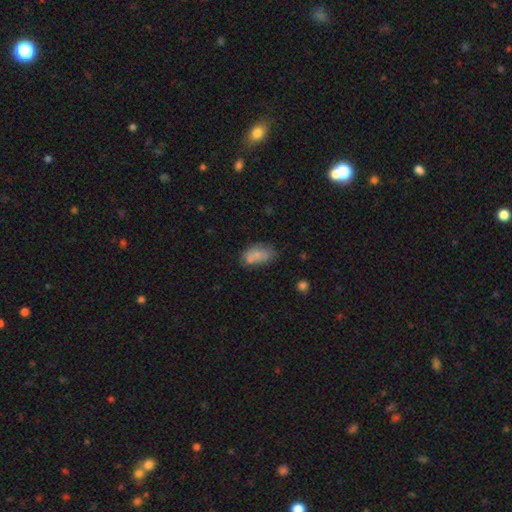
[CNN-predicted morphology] This is likely a smooth galaxy (76%). How rounded: clearly in between (91%). Merging: possibly none (51%).